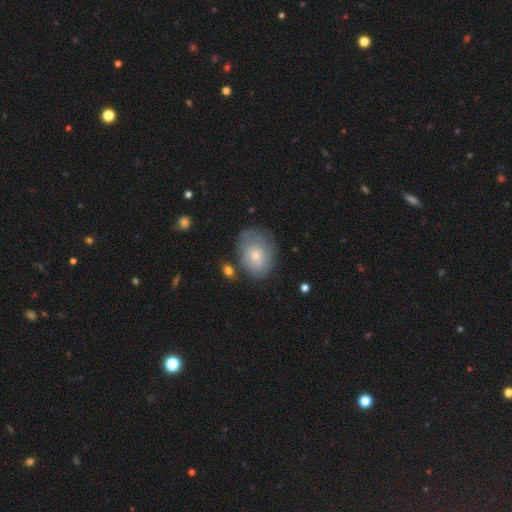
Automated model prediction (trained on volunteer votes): This appears to be a smooth galaxy with no disk features (67%) that is in between round and cigar-shaped (62%). Merging: none (58%).